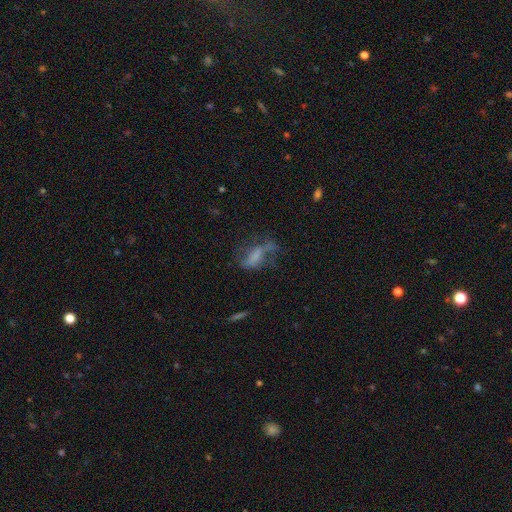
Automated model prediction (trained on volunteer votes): Q: Smooth or featured?
A: featured or disk (51%); runner-up: smooth (36%)
Q: Edge-on disk?
A: no (89%); runner-up: yes (11%)
Q: Merging?
A: major disturbance (37%); runner-up: none (36%)